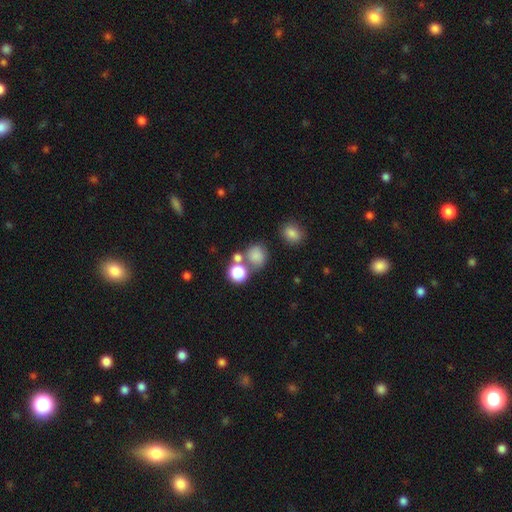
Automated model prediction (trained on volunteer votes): Smooth or featured?
  - smooth: 77% *
  - star or artifact: 15%
  - featured or disk: 8%
How rounded?
  - round: 80% *
  - in between: 19%
  - cigar-shaped: 1%
Merging?
  - none: 56% *
  - merger: 27%
  - minor disturbance: 12%
  - major disturbance: 6%